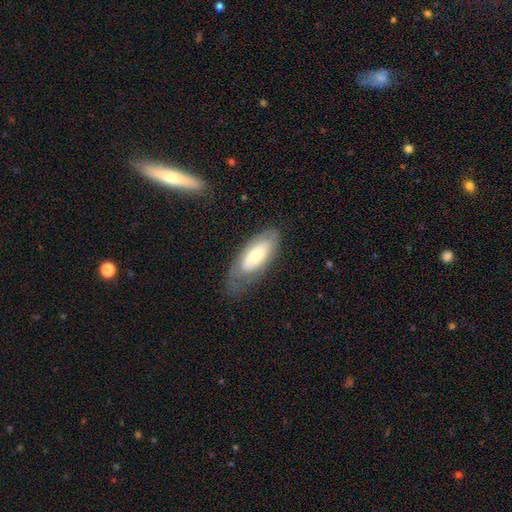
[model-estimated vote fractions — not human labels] This appears to be a smooth galaxy with no disk features (53%) that is in between round and cigar-shaped (86%). Merging: none (57%).